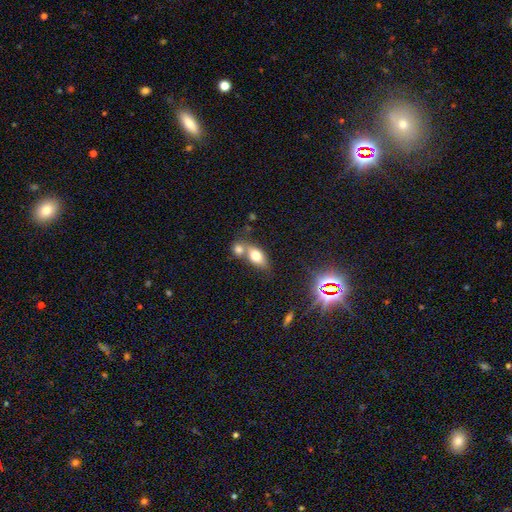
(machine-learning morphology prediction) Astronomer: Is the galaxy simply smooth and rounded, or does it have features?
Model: smooth — 75%.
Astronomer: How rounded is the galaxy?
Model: in between — 82%.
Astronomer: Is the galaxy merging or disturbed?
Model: merger — 48% (runner-up: none, 37%).